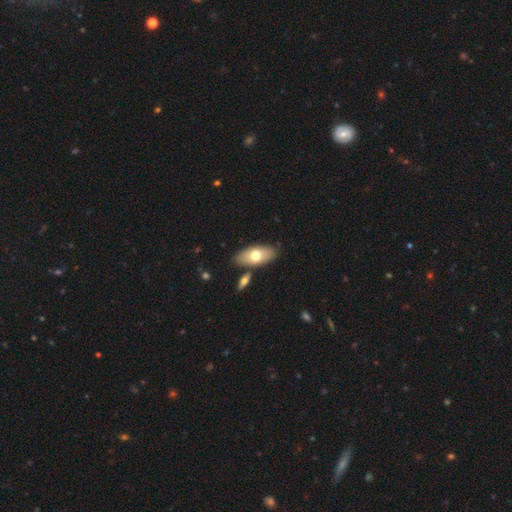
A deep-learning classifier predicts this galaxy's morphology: Overall: smooth (68%). How rounded: in between (90%). Merging: none (78%).